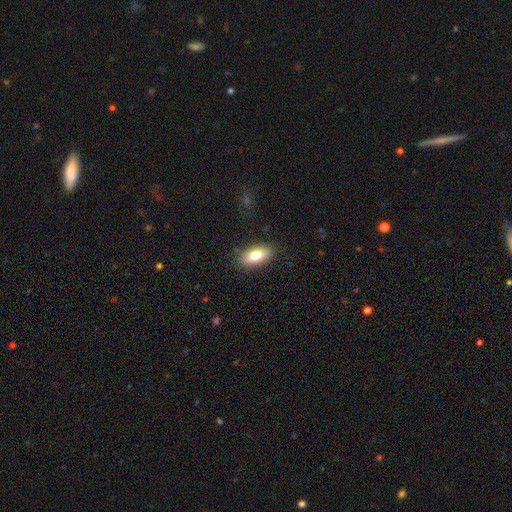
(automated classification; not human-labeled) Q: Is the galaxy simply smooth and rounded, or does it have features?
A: smooth — 78%.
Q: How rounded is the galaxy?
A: in between — 90%.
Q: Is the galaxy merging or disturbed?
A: none — 87%.